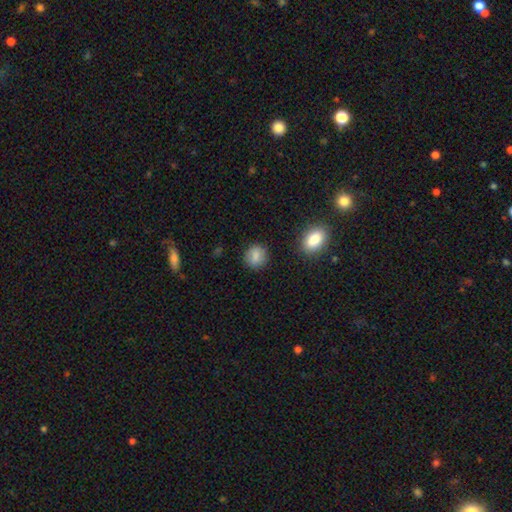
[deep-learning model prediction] smooth-or-featured: smooth: 83% | star or artifact: 9% | featured or disk: 8%
  how-rounded: round: 75% | in between: 24% | cigar-shaped: 1%
  merging: none: 84% | minor disturbance: 11% | major disturbance: 3% | merger: 2%